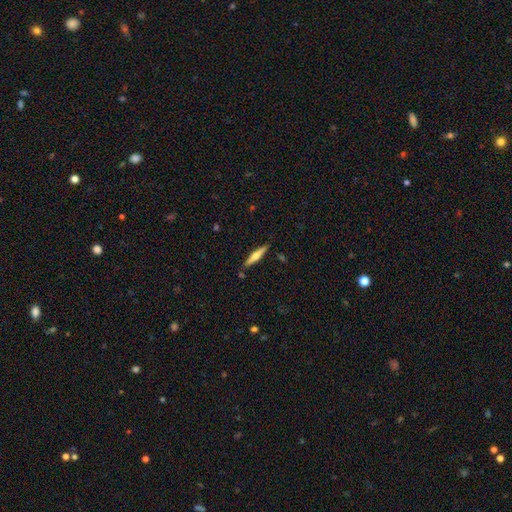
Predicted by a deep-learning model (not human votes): smooth_or_featured: featured or disk (p=0.53) [alt: smooth p=0.42]
disk_edge_on: yes (p=0.96) [alt: no p=0.04]
edge_on_bulge: rounded (p=0.87) [alt: none p=0.08]
merging: none (p=0.87) [alt: minor disturbance p=0.08]